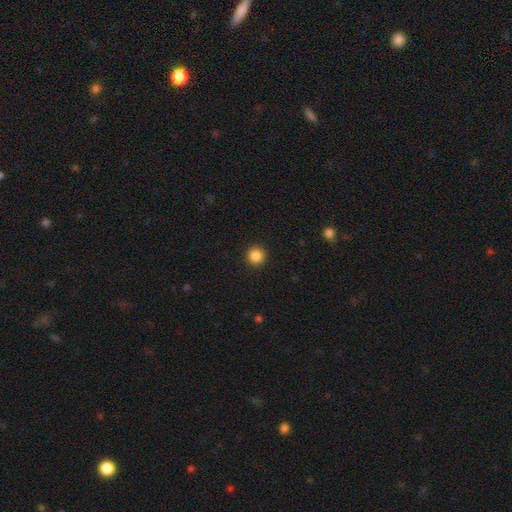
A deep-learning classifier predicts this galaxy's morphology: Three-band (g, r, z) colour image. It shows a smooth galaxy with no disk features (87%) that is round (95%). Merging: none (93%).